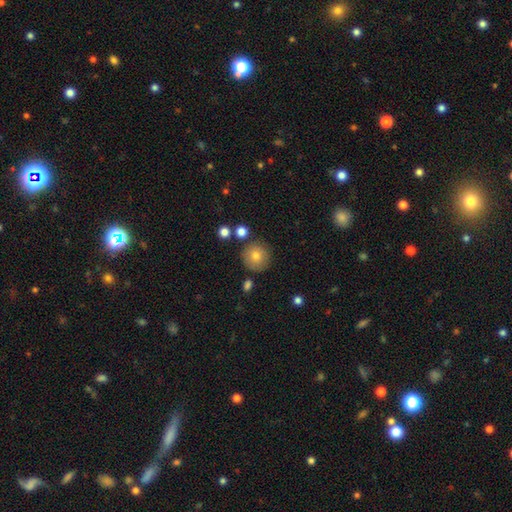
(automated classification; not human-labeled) Smooth or featured: smooth — 79% (featured or disk — 11%)
How rounded: round — 95% (in between — 4%)
Merging: none — 84% (minor disturbance — 9%)